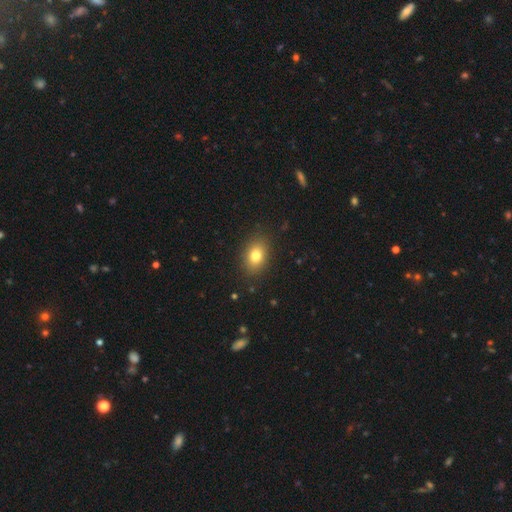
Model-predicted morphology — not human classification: Smooth or featured? Predicted: smooth (p=0.79). How rounded? Predicted: in between (p=0.76). Merging? Predicted: none (p=0.87).